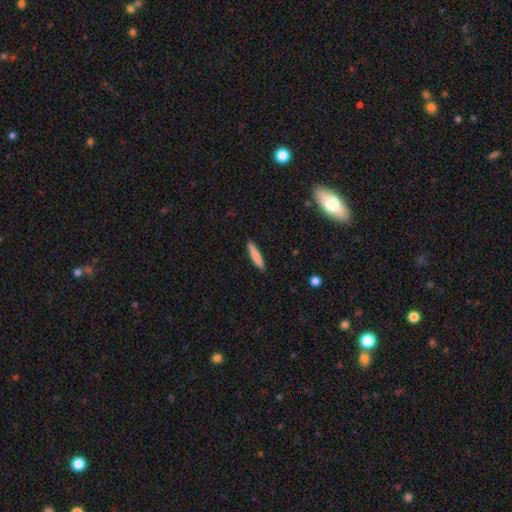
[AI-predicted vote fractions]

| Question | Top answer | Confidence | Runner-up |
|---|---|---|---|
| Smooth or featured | smooth | 81% | featured or disk (13%) |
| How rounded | cigar-shaped | 88% | in between (10%) |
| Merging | none | 90% | minor disturbance (7%) |